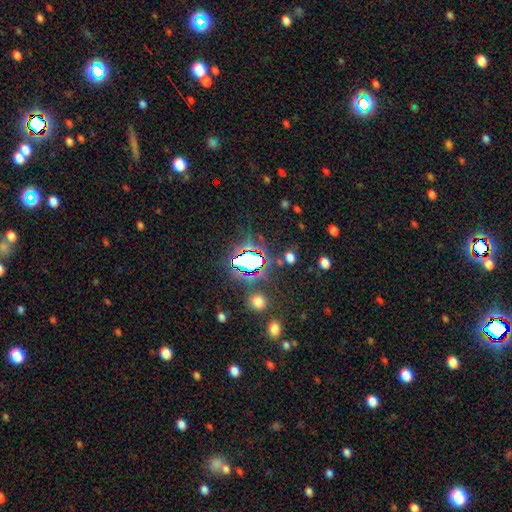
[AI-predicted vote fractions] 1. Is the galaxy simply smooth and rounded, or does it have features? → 67% star or artifact, 23% smooth, 10% featured or disk.